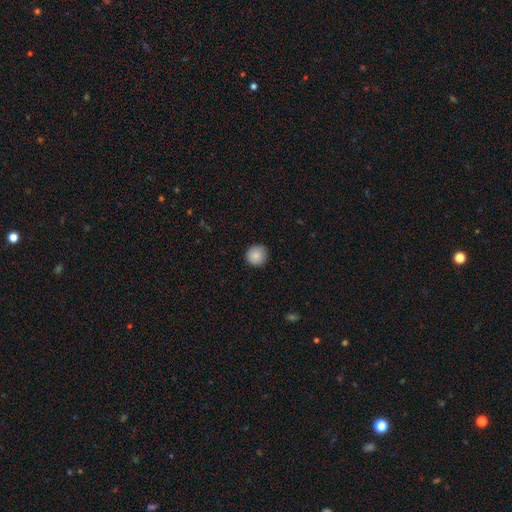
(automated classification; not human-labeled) This appears to be a smooth galaxy with no disk features (86%) that is round (94%). Merging: none (89%).